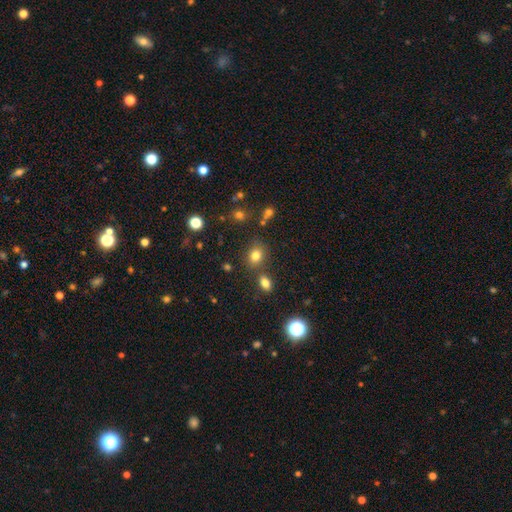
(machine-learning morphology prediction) This is likely a smooth galaxy (78%). How rounded: possibly round (50%). Merging: likely none (71%).